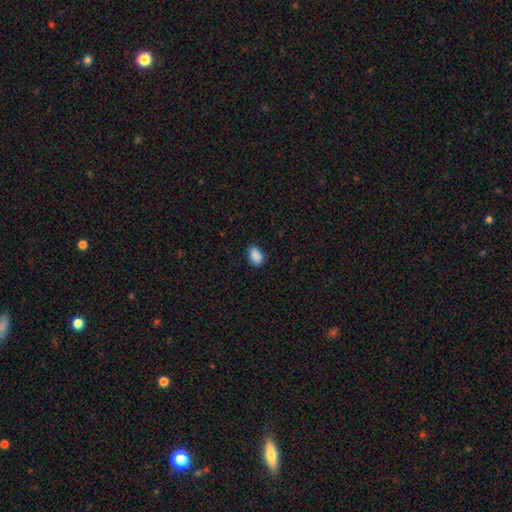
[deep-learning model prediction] Overall: smooth (89%). How rounded: in between (86%). Merging: none (81%).